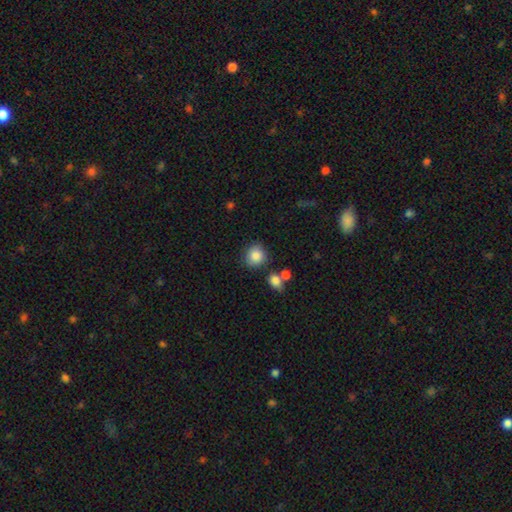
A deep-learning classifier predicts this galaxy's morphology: This is clearly a smooth galaxy (86%). How rounded: clearly round (82%). Merging: likely none (76%).